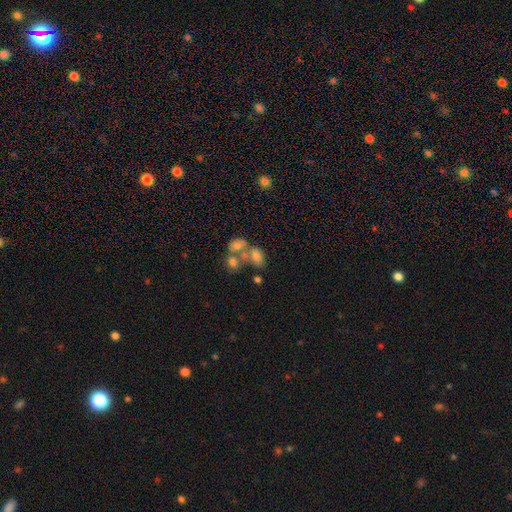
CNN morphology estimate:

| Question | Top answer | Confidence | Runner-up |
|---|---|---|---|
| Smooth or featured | smooth | 65% | featured or disk (21%) |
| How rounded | in between | 76% | round (23%) |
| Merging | merger | 53% | none (29%) |